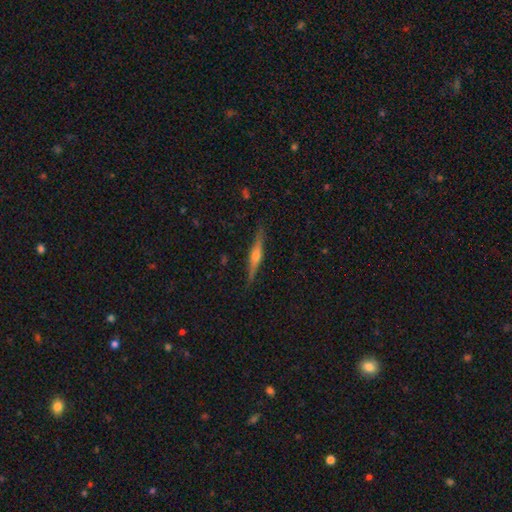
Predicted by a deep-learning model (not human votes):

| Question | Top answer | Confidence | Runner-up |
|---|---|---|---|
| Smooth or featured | featured or disk | 73% | smooth (20%) |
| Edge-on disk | yes | 98% | no (2%) |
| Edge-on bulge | rounded | 88% | boxy (7%) |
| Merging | none | 89% | minor disturbance (8%) |